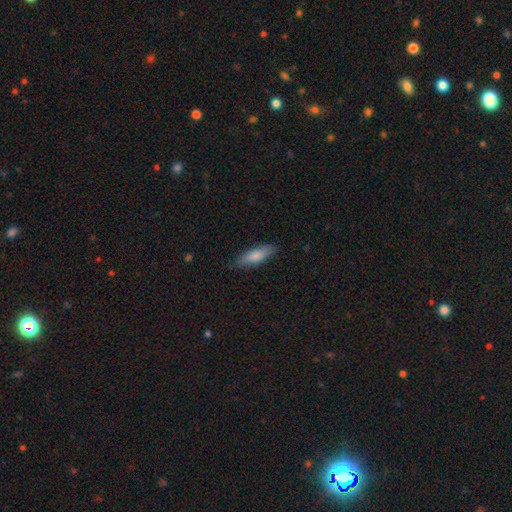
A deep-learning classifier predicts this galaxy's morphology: Smooth or featured: smooth — 81% (featured or disk — 13%)
How rounded: cigar-shaped — 54% (in between — 45%)
Merging: none — 81% (minor disturbance — 15%)